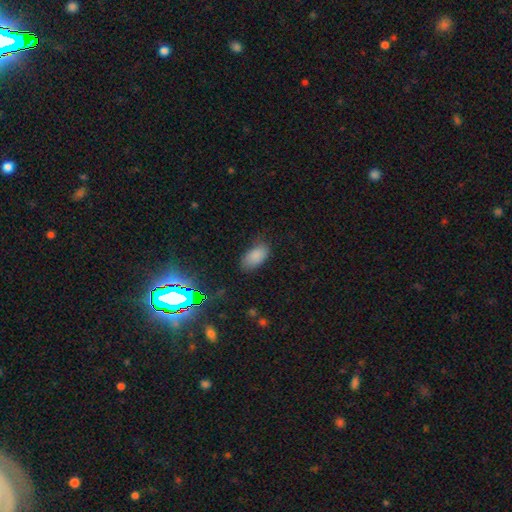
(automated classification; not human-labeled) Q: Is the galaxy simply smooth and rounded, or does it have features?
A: smooth — 83%.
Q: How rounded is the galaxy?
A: in between — 94%.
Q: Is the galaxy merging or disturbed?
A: none — 71%.